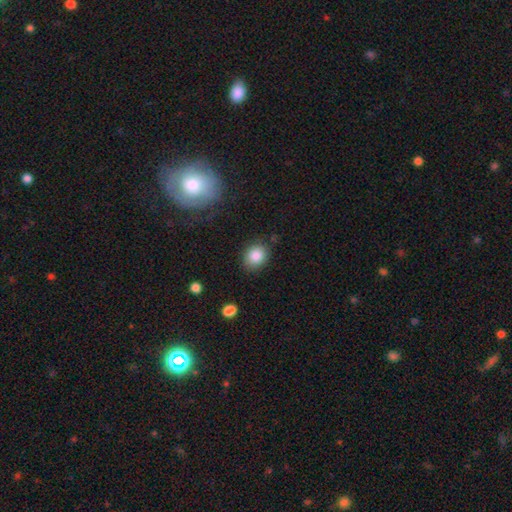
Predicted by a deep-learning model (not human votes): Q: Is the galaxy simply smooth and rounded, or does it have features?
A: smooth — 86%.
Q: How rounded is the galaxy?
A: round — 54%.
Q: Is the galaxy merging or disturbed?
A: none — 82%.